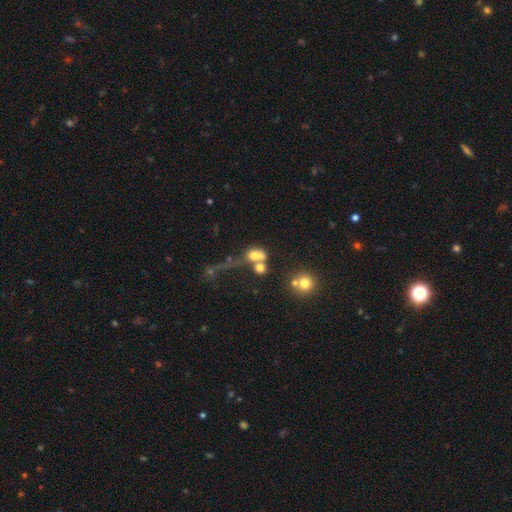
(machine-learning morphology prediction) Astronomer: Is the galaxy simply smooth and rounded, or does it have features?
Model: smooth — 65%.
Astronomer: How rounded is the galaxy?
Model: in between — 71%.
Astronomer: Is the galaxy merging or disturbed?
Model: merger — 50%.